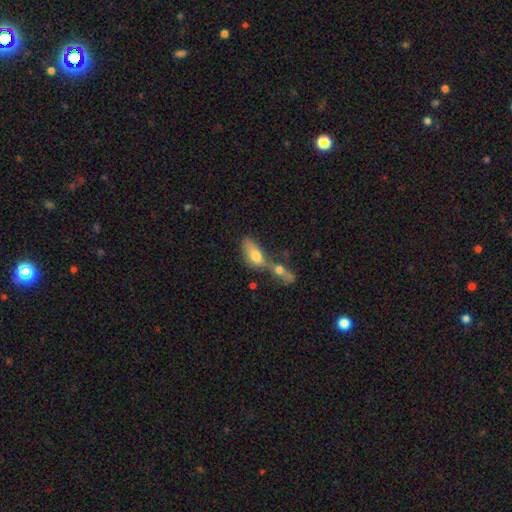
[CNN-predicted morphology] The model was most divided on "smooth or featured": smooth: 67%, featured or disk: 25%, star or artifact: 8%. More confident: how rounded — in between (81%); merging — merger (71%).